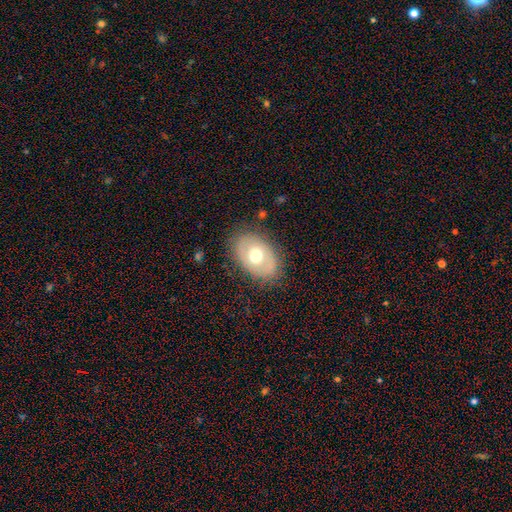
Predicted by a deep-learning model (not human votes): Smooth or featured? Predicted: smooth (p=0.55). How rounded? Predicted: in between (p=0.78). Merging? Predicted: none (p=0.80).